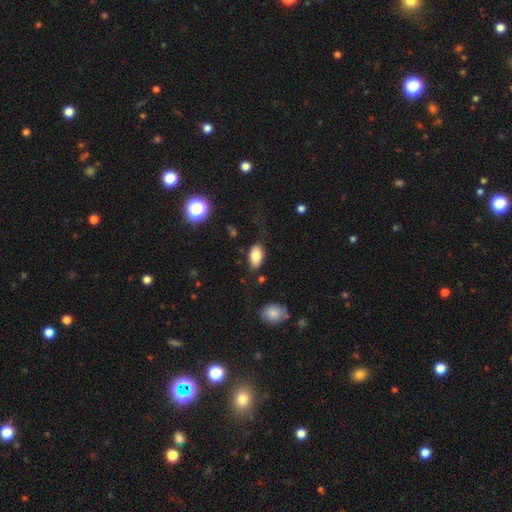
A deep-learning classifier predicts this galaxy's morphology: smooth-or-featured: smooth: 82% | featured or disk: 10% | star or artifact: 8%
  how-rounded: in between: 93% | round: 5% | cigar-shaped: 2%
  merging: none: 81% | minor disturbance: 13% | major disturbance: 3% | merger: 2%